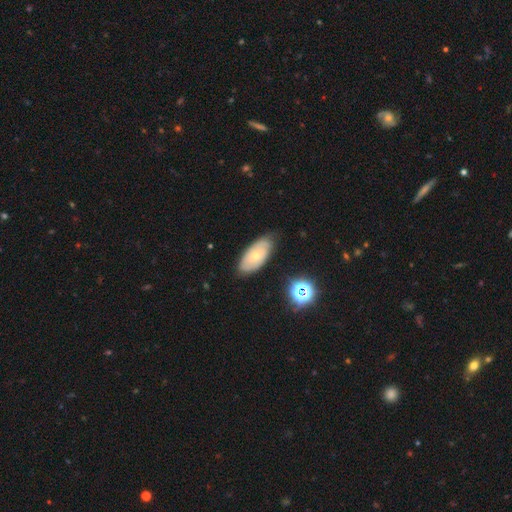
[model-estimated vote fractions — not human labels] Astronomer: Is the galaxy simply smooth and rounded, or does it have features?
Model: featured or disk — 51% (runner-up: smooth, 41%).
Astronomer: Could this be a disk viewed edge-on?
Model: no — 89%.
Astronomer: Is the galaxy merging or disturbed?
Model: none — 72%.